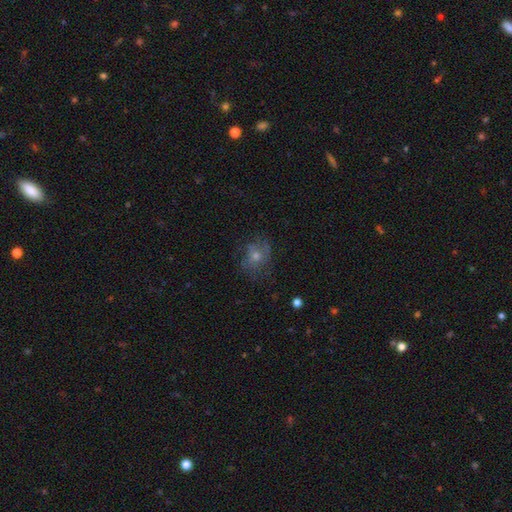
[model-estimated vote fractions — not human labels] Smooth or featured: featured or disk — 42% (smooth — 37%)
Merging: none — 66% (minor disturbance — 19%)